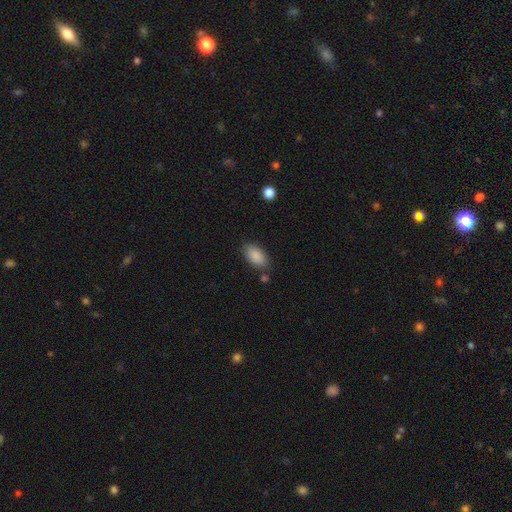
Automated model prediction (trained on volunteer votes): Q: Smooth or featured?
A: smooth (88%); runner-up: star or artifact (7%)
Q: How rounded?
A: in between (93%); runner-up: cigar-shaped (4%)
Q: Merging?
A: none (78%); runner-up: minor disturbance (14%)